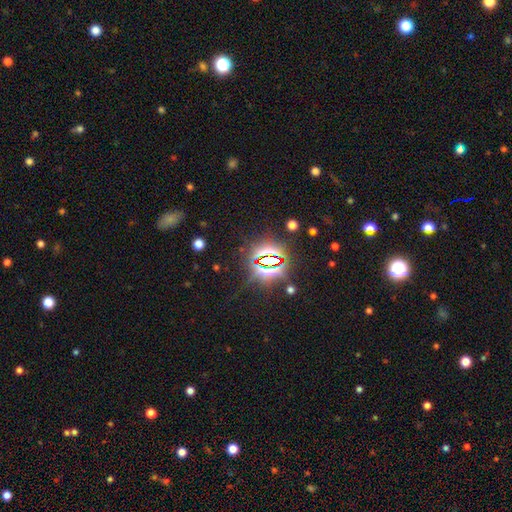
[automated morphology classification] Overall: star or artifact (82%).